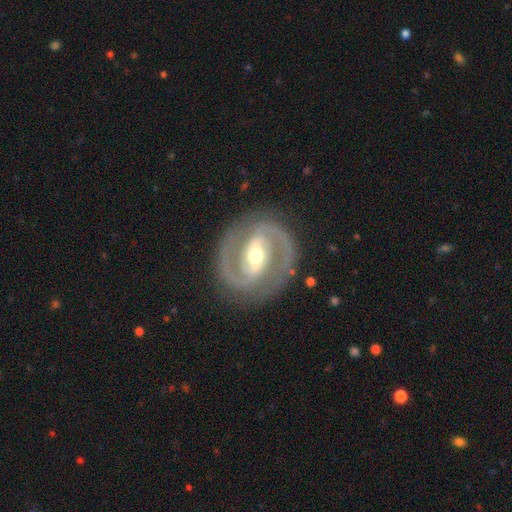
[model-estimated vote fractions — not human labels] This appears to be a featured or disk galaxy (92%) with a strong bar (46%), 2 (93%) medium (49%) spiral arms (97%) and a moderate central bulge (69%). Merging: none (86%).